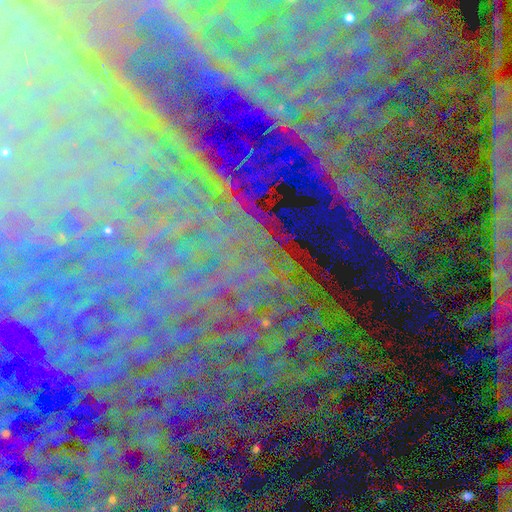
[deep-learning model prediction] Smooth or featured: star or artifact — 82% (featured or disk — 10%)